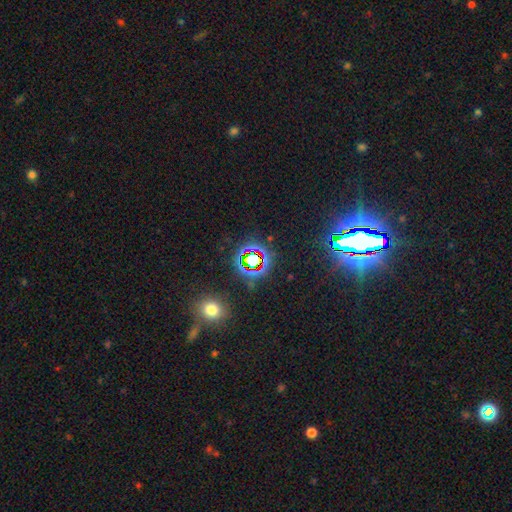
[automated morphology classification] This is likely a star or artifact rather than a galaxy (76%).